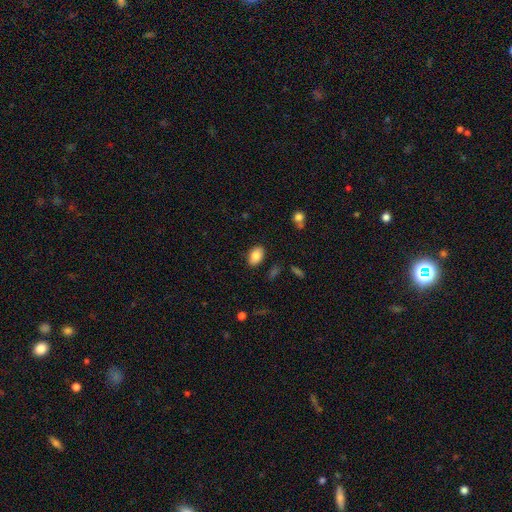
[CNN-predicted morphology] smooth 84%, featured or disk 8%, star or artifact 8%. Down the decision tree: how rounded — in between (88%); merging — none (86%).